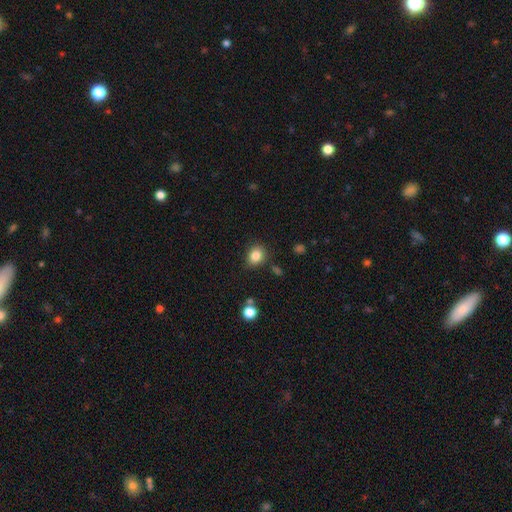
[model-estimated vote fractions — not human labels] Q: Smooth or featured?
A: smooth (84%); runner-up: star or artifact (10%)
Q: How rounded?
A: round (54%); runner-up: in between (45%)
Q: Merging?
A: none (81%); runner-up: minor disturbance (13%)